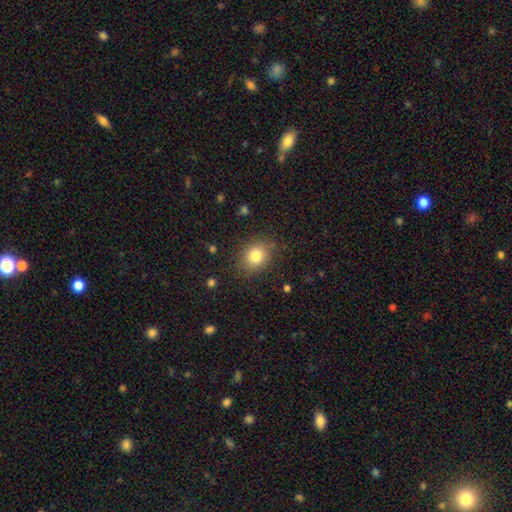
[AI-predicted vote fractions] This is clearly a smooth galaxy (80%). How rounded: likely round (65%). Merging: clearly none (83%).